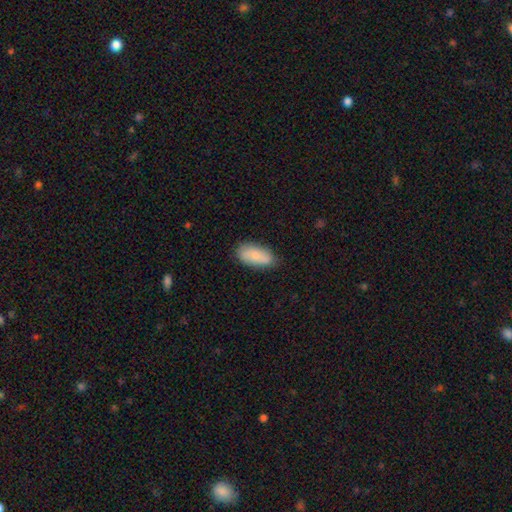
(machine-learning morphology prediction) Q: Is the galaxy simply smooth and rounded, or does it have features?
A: smooth — 83%.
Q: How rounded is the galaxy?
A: in between — 90%.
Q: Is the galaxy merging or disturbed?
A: none — 77%.